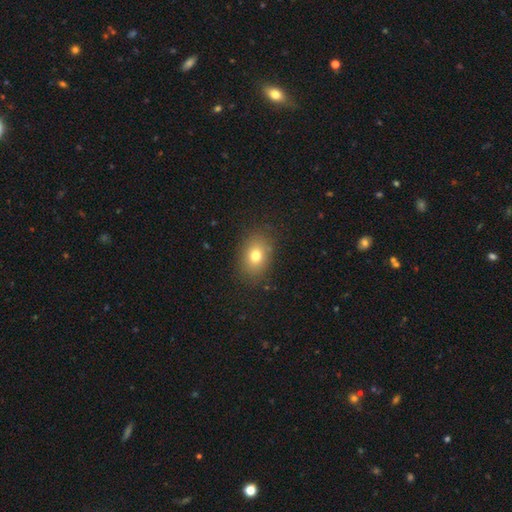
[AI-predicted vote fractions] A smooth galaxy with no disk features (77%) that is in between round and cigar-shaped (68%).

Vote fractions:
- Smooth or featured? smooth: 77% / featured or disk: 12% / star or artifact: 12%
- How rounded? in between: 68% / round: 31% / cigar-shaped: 1%
- Merging? none: 84% / minor disturbance: 11% / major disturbance: 4% / merger: 1%